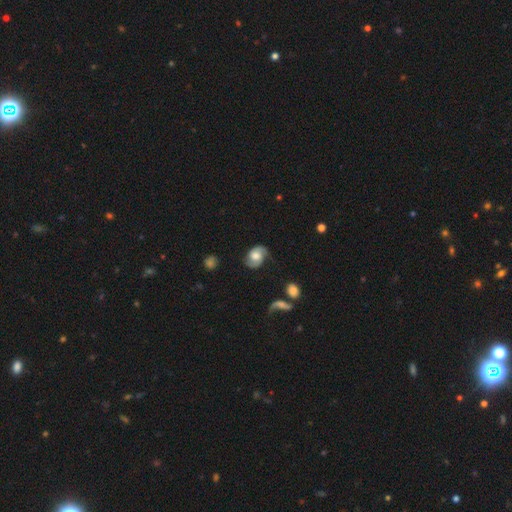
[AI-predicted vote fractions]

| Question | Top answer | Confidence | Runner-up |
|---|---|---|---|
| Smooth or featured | featured or disk | 61% | smooth (32%) |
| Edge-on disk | no | 97% | yes (3%) |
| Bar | no | 65% | weak (29%) |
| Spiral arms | yes | 89% | no (11%) |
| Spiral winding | medium | 45% | loose (28%) |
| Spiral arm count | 2 | 88% | can't tell (6%) |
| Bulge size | moderate | 55% | large (28%) |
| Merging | none | 72% | minor disturbance (19%) |